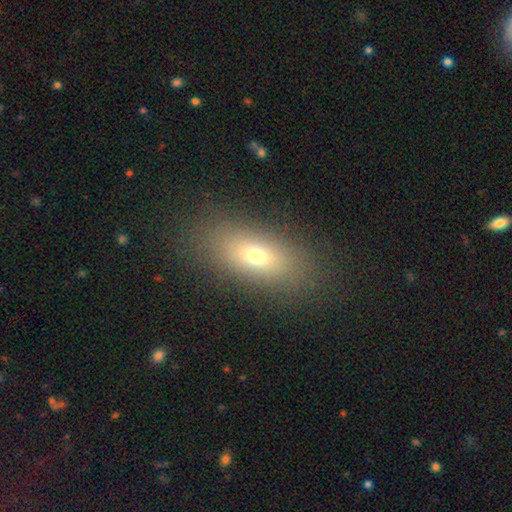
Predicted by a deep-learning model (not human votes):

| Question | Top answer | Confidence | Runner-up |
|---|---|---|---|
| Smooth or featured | smooth | 65% | featured or disk (21%) |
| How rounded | in between | 75% | cigar-shaped (17%) |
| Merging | none | 85% | minor disturbance (9%) |